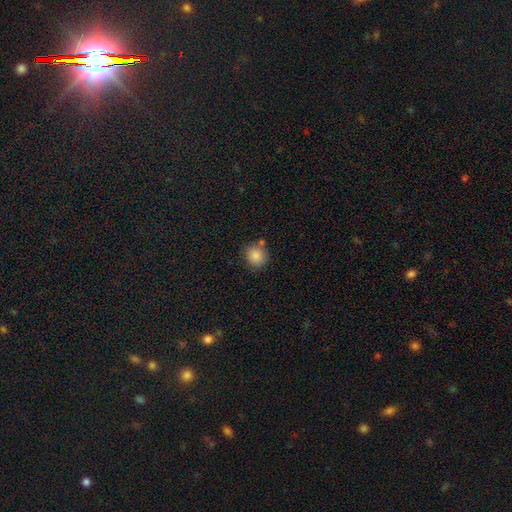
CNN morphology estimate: A smooth galaxy with no disk features (86%) that is round (83%). Merging: none (74%).